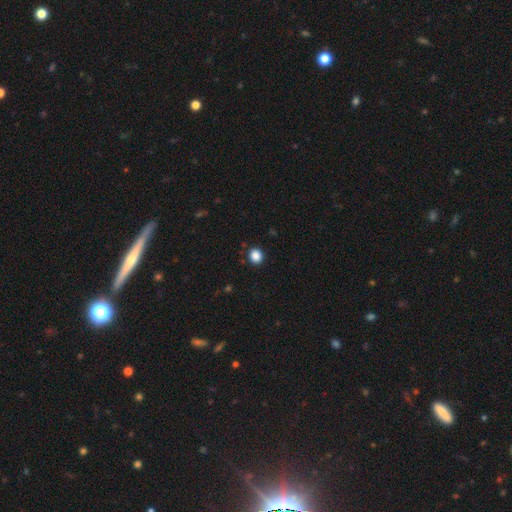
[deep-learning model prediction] Q: Smooth or featured?
A: smooth (87%); runner-up: star or artifact (10%)
Q: How rounded?
A: round (77%); runner-up: in between (22%)
Q: Merging?
A: none (90%); runner-up: minor disturbance (7%)